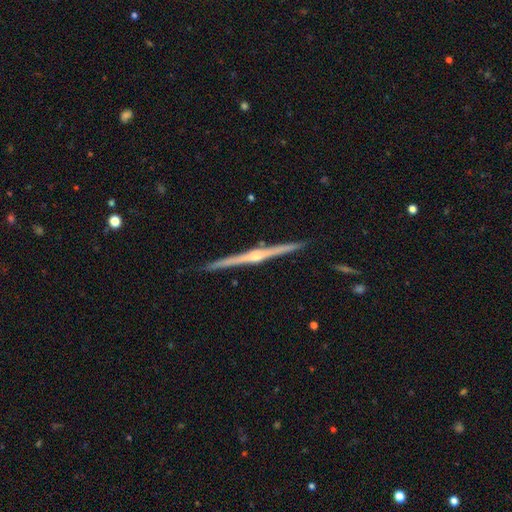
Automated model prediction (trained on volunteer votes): featured or disk 87%, smooth 9%, star or artifact 5%. Down the decision tree: edge-on disk — yes (99%); edge-on bulge — rounded (85%); merging — none (92%).